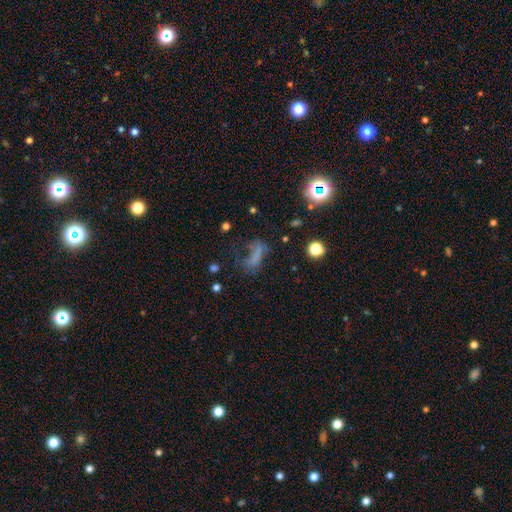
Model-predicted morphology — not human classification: Overall: smooth (52%; star or artifact 25%). How rounded: in between (65%). Merging: major disturbance (38%; none 34%).